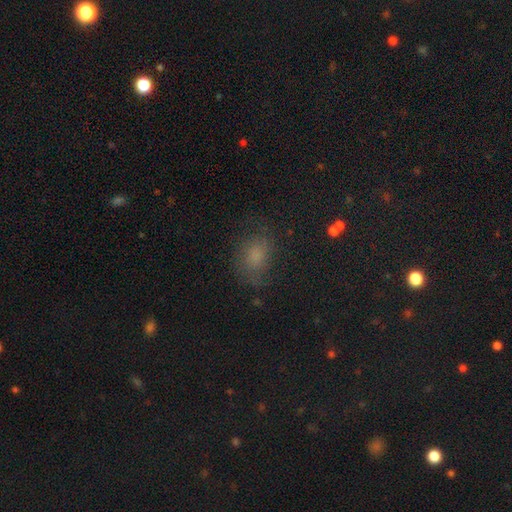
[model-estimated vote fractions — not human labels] Q: Smooth or featured?
A: smooth (60%); runner-up: star or artifact (22%)
Q: How rounded?
A: in between (61%); runner-up: round (37%)
Q: Merging?
A: none (66%); runner-up: minor disturbance (21%)